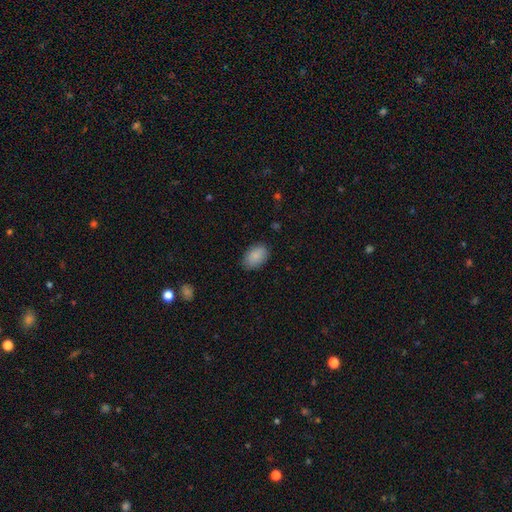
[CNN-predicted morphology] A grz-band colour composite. It shows a smooth galaxy with no disk features (88%) that is in between round and cigar-shaped (89%). Merging: none (85%).